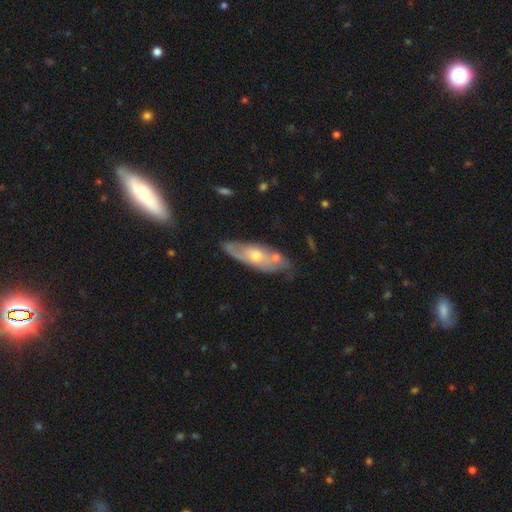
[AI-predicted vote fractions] Smooth or featured? Predicted: featured or disk (p=0.59). Edge-on disk? Predicted: no (p=0.73). Merging? Predicted: none (p=0.61).